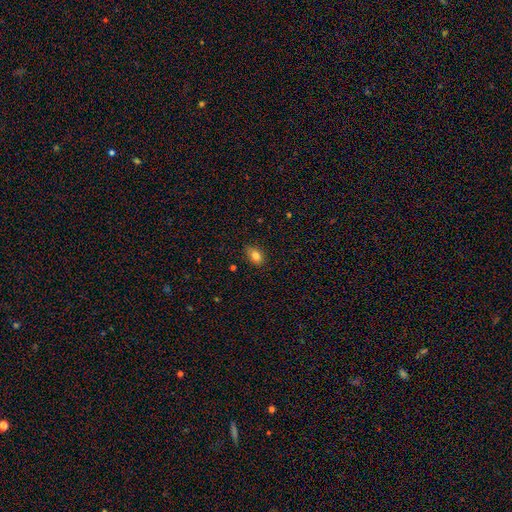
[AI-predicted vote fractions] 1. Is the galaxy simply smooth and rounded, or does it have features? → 82% smooth, 10% star or artifact, 8% featured or disk.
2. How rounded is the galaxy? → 78% in between, 20% round, 2% cigar-shaped.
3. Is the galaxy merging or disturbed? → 81% none, 16% minor disturbance, 3% major disturbance, 1% merger.